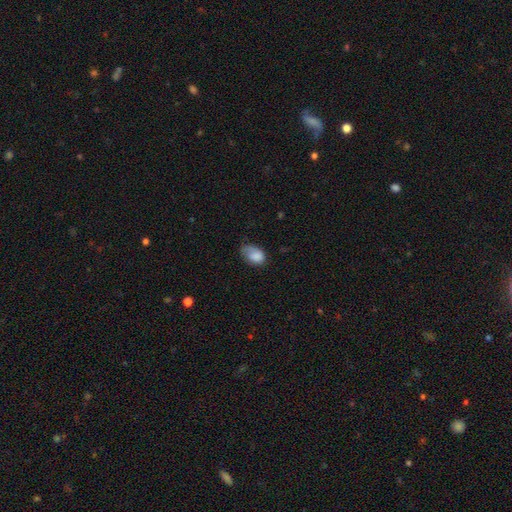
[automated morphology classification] Smooth or featured? smooth (82%)
How rounded? in between (87%)
Merging? none (42%)